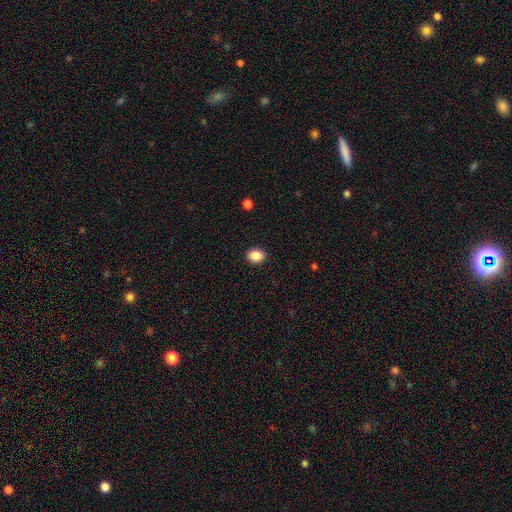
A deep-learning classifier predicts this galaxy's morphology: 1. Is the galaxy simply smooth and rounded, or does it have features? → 87% smooth, 9% star or artifact, 5% featured or disk.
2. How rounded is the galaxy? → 54% in between, 46% round, 1% cigar-shaped.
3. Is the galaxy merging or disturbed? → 90% none, 7% minor disturbance, 2% major disturbance, 1% merger.